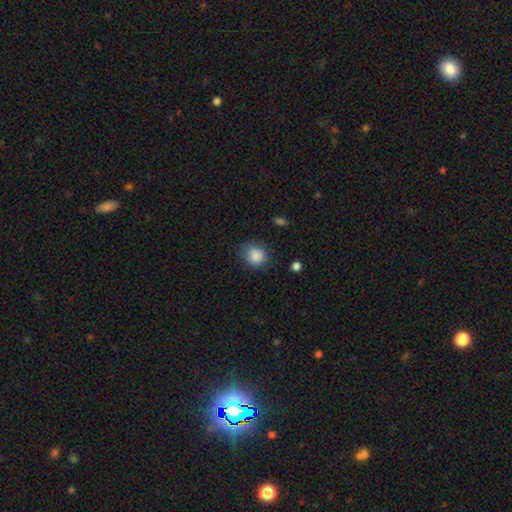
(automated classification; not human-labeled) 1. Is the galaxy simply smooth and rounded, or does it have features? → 87% smooth, 9% star or artifact, 4% featured or disk.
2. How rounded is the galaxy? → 73% round, 26% in between, 1% cigar-shaped.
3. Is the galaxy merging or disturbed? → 76% none, 18% minor disturbance, 5% major disturbance, 2% merger.